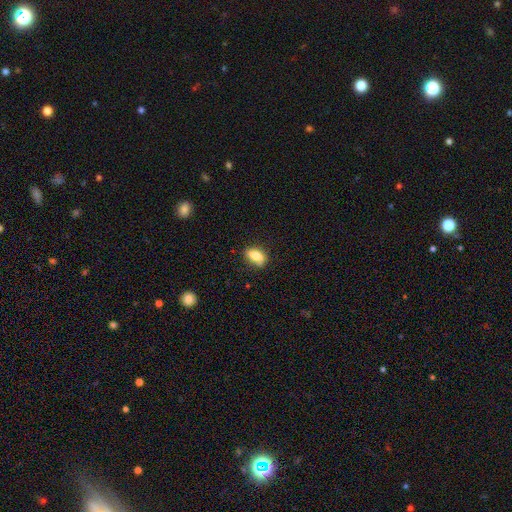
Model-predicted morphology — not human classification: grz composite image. It shows a smooth galaxy with no disk features (77%) that is in between round and cigar-shaped (82%). Merging: none (73%).